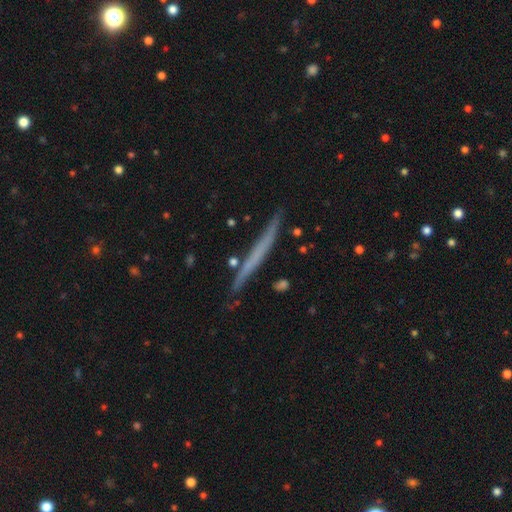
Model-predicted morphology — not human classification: smooth_or_featured: featured or disk (p=0.51) [alt: smooth p=0.41]
disk_edge_on: yes (p=0.96) [alt: no p=0.04]
merging: none (p=0.86) [alt: minor disturbance p=0.10]